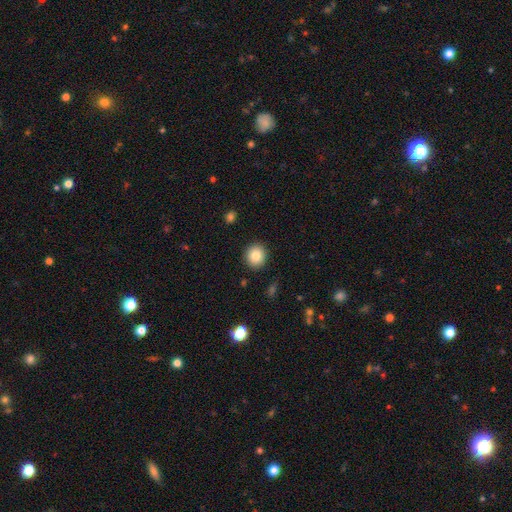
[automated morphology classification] type=smooth (84%); roundness=round (87%); merging=none (91%).